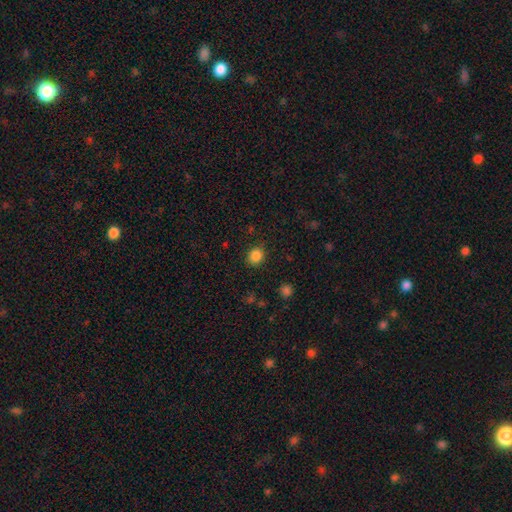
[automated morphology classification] smooth_or_featured: smooth (p=0.85) [alt: star or artifact p=0.11]
how_rounded: round (p=0.74) [alt: in between p=0.25]
merging: none (p=0.88) [alt: minor disturbance p=0.08]